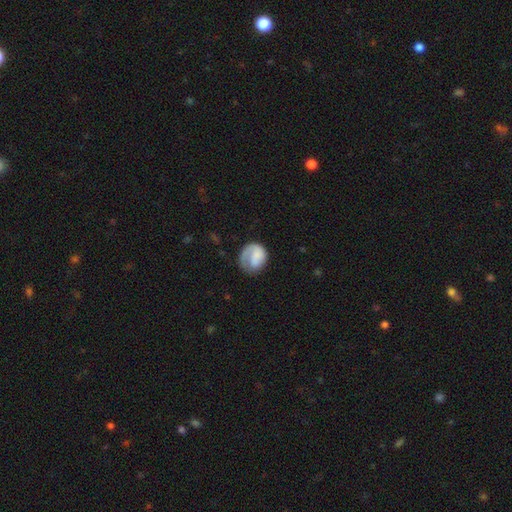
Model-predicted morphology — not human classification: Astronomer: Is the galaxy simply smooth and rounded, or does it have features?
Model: smooth — 53% (runner-up: featured or disk, 41%).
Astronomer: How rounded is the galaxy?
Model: round — 66%.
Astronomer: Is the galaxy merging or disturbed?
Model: none — 50% (runner-up: major disturbance, 25%).